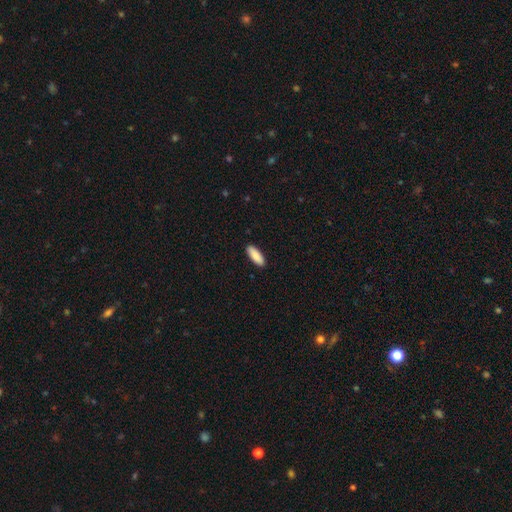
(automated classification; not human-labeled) The model was most divided on "how rounded": in between: 62%, cigar-shaped: 36%, round: 2%. More confident: merging — none (90%); smooth or featured — smooth (90%).